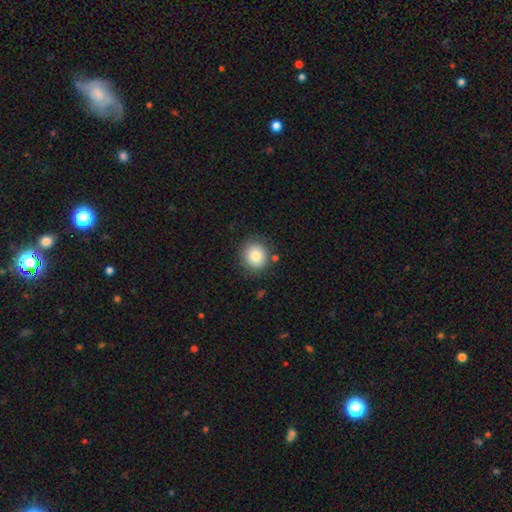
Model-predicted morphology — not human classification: type=smooth (81%); roundness=round (85%); merging=none (84%).